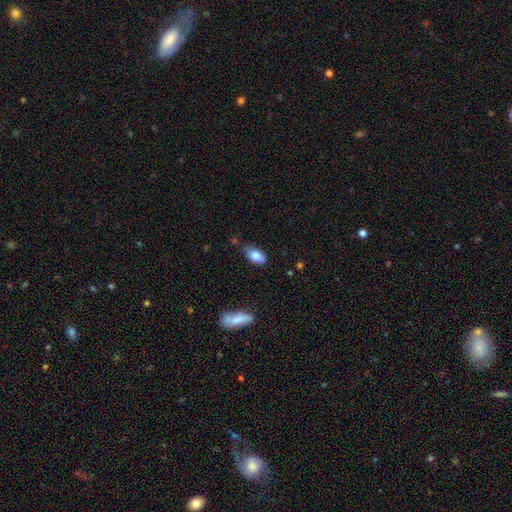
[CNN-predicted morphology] Smooth or featured: smooth — 82% (featured or disk — 11%)
How rounded: in between — 91% (cigar-shaped — 5%)
Merging: none — 68% (minor disturbance — 24%)